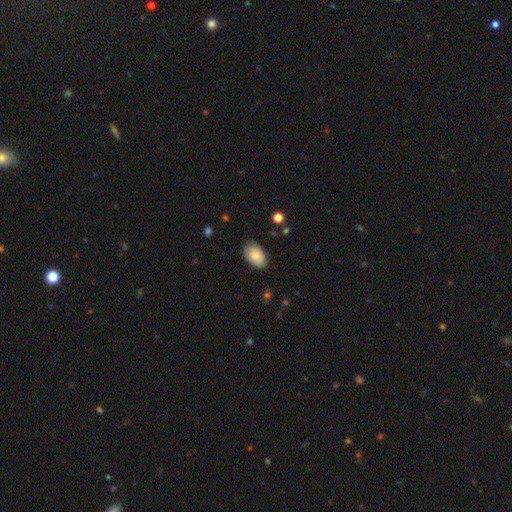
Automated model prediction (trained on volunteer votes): Q: Smooth or featured?
A: smooth (81%); runner-up: featured or disk (13%)
Q: How rounded?
A: in between (91%); runner-up: round (8%)
Q: Merging?
A: none (81%); runner-up: minor disturbance (15%)